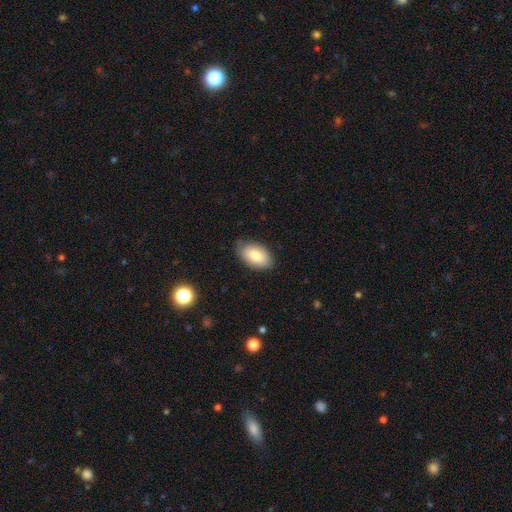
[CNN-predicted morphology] Q: Smooth or featured?
A: smooth (81%); runner-up: featured or disk (12%)
Q: How rounded?
A: in between (94%); runner-up: round (5%)
Q: Merging?
A: none (79%); runner-up: minor disturbance (17%)